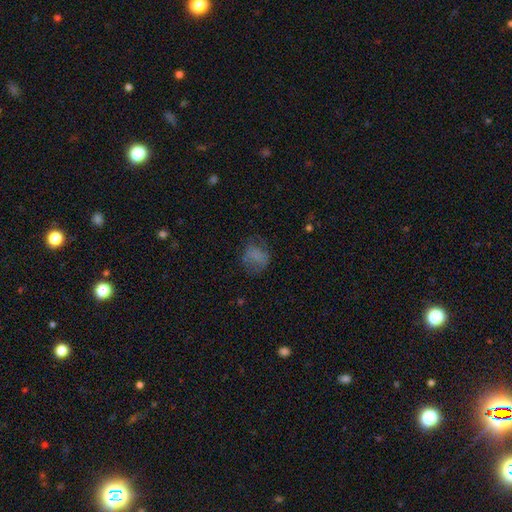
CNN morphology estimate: This is likely a smooth galaxy (63%). How rounded: possibly round (52%). Merging: possibly none (55%).